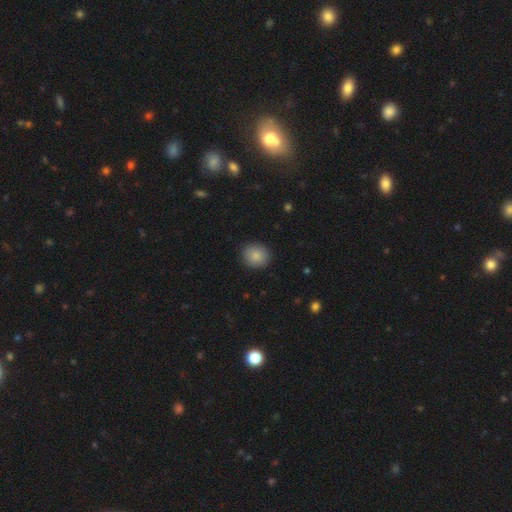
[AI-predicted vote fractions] smooth 85%, star or artifact 9%, featured or disk 6%. Down the decision tree: how rounded — round (82%); merging — none (91%).